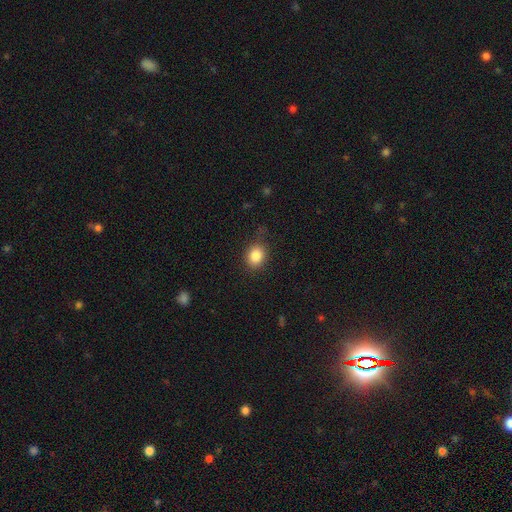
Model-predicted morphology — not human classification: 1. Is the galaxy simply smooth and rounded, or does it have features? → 85% smooth, 10% star or artifact, 6% featured or disk.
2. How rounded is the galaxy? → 60% round, 39% in between, 1% cigar-shaped.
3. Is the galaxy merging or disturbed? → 79% none, 16% minor disturbance, 4% major disturbance, 1% merger.